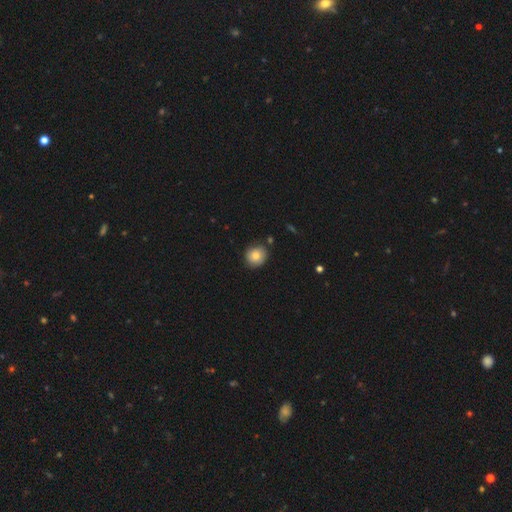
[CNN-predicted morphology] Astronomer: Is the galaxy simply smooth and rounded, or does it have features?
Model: smooth — 80%.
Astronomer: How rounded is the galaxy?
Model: round — 83%.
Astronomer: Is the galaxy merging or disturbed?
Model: none — 81%.